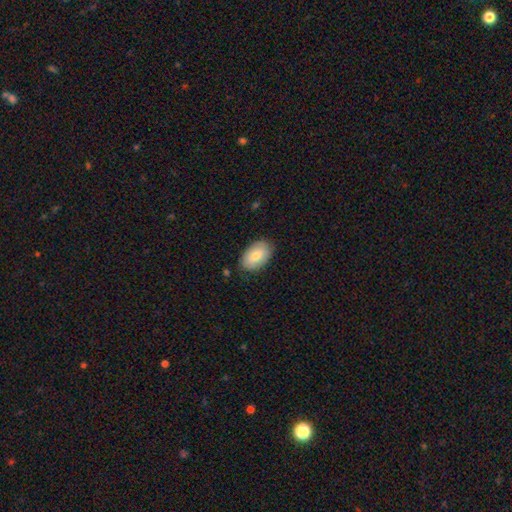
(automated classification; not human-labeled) smooth-or-featured: smooth: 75% | featured or disk: 18% | star or artifact: 7%
  how-rounded: in between: 92% | round: 7% | cigar-shaped: 1%
  merging: none: 83% | minor disturbance: 13% | major disturbance: 2% | merger: 1%